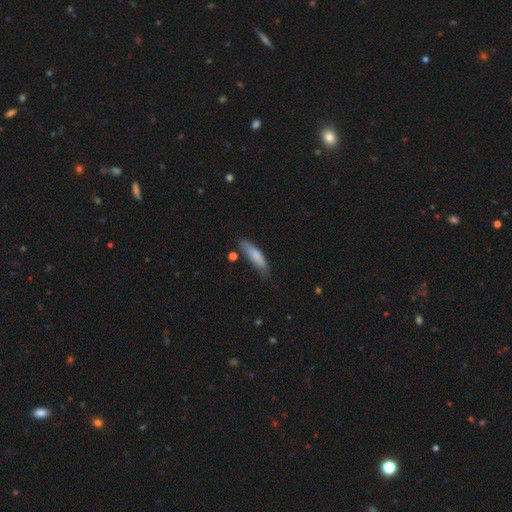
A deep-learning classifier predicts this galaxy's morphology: Overall: smooth (80%). How rounded: cigar-shaped (69%; in between 29%). Merging: none (70%).